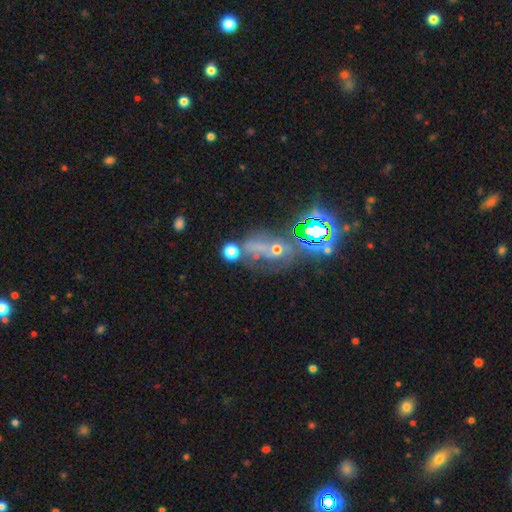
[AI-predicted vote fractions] Q: Smooth or featured?
A: star or artifact (53%); runner-up: smooth (24%)